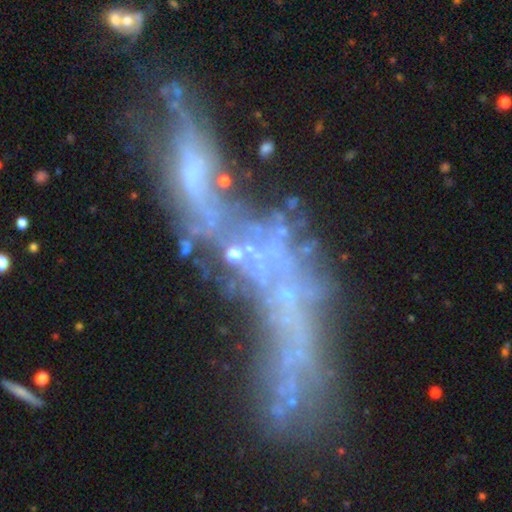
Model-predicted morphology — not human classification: A featured or disk galaxy (52%).

Vote fractions:
- Smooth or featured? featured or disk: 52% / star or artifact: 25% / smooth: 23%
- Edge-on disk? no: 71% / yes: 29%
- Merging? merger: 32% / none: 27% / major disturbance: 27% / minor disturbance: 14%